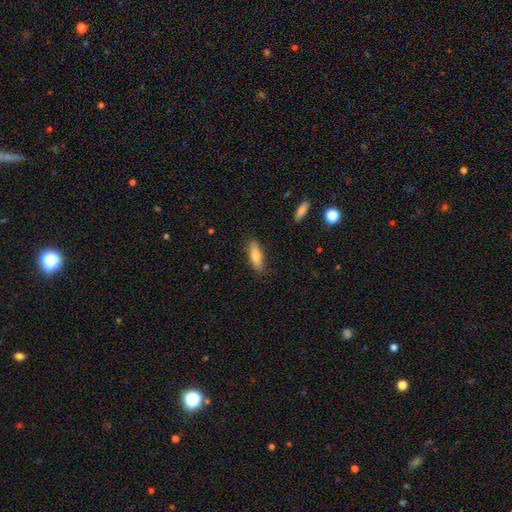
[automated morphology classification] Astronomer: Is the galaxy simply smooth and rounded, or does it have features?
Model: smooth — 78%.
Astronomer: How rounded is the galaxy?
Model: in between — 52% (runner-up: cigar-shaped, 46%).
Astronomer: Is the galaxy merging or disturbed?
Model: none — 86%.